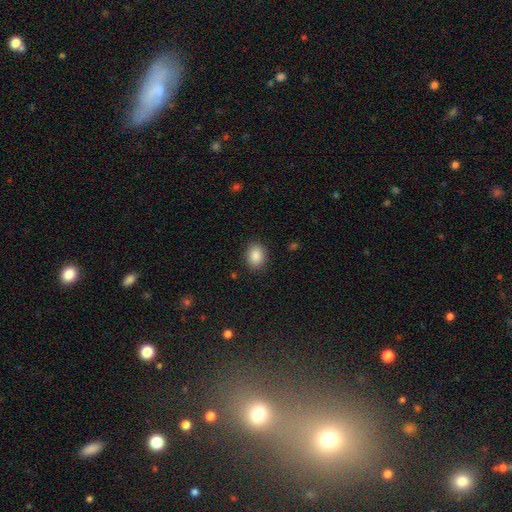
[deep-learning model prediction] The model was most divided on "how rounded": in between: 57%, round: 42%, cigar-shaped: 1%. More confident: merging — none (88%); smooth or featured — smooth (88%).